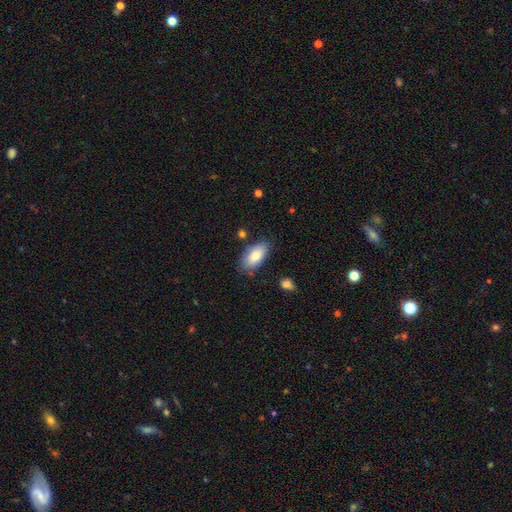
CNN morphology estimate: The model was most divided on "merging": none: 77%, minor disturbance: 16%, merger: 4%, major disturbance: 3%. More confident: how rounded — in between (92%); smooth or featured — smooth (81%).